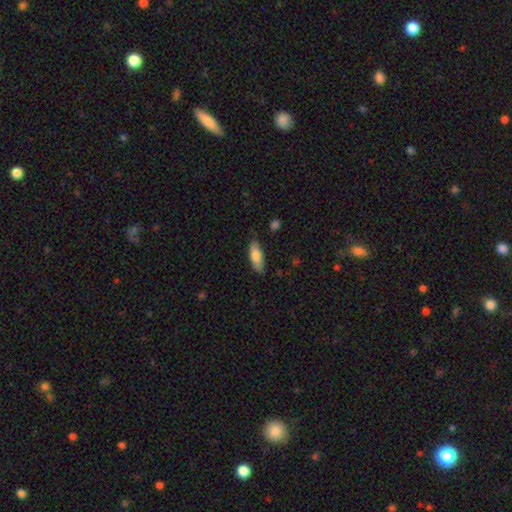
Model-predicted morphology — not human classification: smooth-or-featured: smooth: 78% | featured or disk: 16% | star or artifact: 6%
  how-rounded: in between: 69% | cigar-shaped: 29% | round: 2%
  merging: none: 81% | minor disturbance: 15% | major disturbance: 3% | merger: 1%